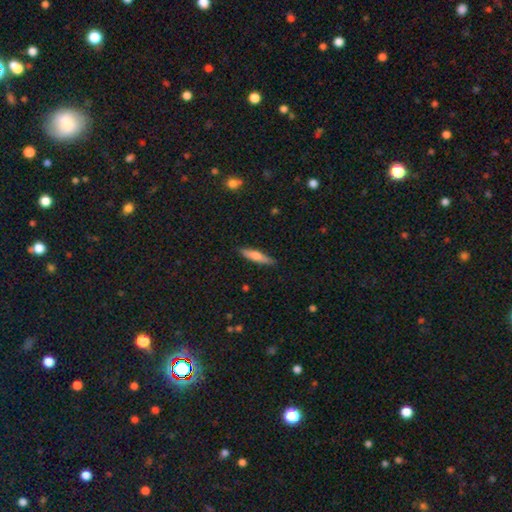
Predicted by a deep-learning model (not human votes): Smooth or featured: smooth — 69% (featured or disk — 25%)
How rounded: cigar-shaped — 81% (in between — 17%)
Merging: none — 88% (minor disturbance — 9%)